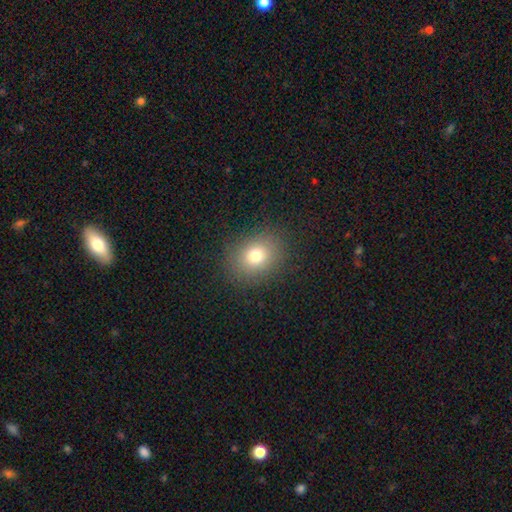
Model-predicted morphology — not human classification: A smooth galaxy with no disk features (77%) that is round (54%).

Vote fractions:
- Smooth or featured? smooth: 77% / star or artifact: 13% / featured or disk: 10%
- How rounded? round: 54% / in between: 45% / cigar-shaped: 1%
- Merging? none: 86% / minor disturbance: 9% / major disturbance: 4% / merger: 1%